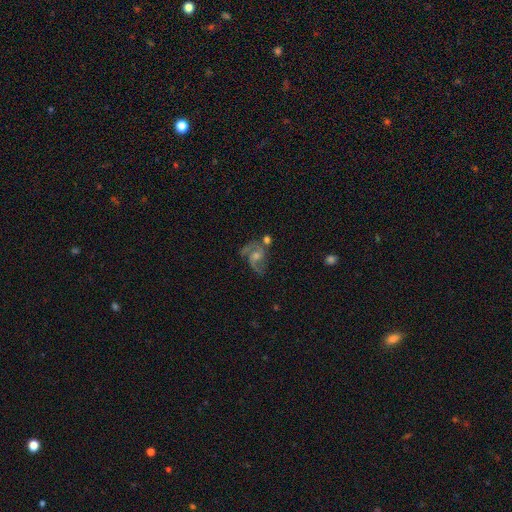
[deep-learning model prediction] Morphology: type=featured or disk (82%); edge-on=no (97%); bar=no (58%); spiral arms=yes (95%); winding=medium (54%); arm count=2 (73%); bulge=moderate (48%); merging=none (55%).